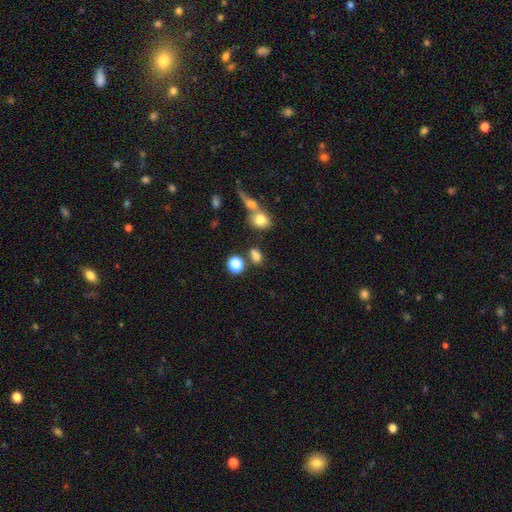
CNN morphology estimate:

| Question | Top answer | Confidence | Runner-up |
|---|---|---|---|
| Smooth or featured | smooth | 76% | star or artifact (16%) |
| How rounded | in between | 58% | round (40%) |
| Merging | none | 59% | merger (23%) |